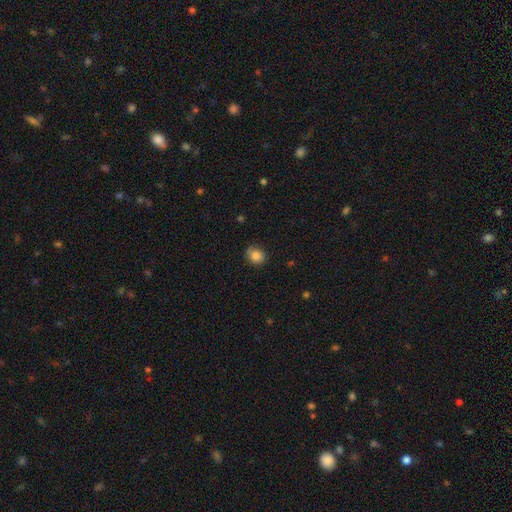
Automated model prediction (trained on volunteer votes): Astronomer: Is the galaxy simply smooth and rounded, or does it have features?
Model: smooth — 84%.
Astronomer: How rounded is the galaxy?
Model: round — 72%.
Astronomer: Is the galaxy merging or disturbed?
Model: none — 74%.